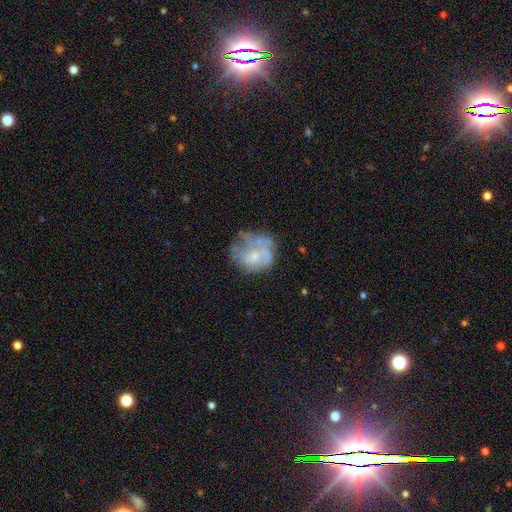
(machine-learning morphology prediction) A featured or disk galaxy (55%) with no bar (85%), no spiral arms (74%) and a small central bulge (44%).

Vote fractions:
- Smooth or featured? featured or disk: 55% / smooth: 35% / star or artifact: 10%
- Edge-on disk? no: 98% / yes: 2%
- Bar? no: 85% / weak: 13% / strong: 2%
- Spiral arms? no: 74% / yes: 26%
- Bulge size? small: 44% / moderate: 30% / none: 22% / large: 2% / dominant: 1%
- Merging? none: 45% / minor disturbance: 25% / major disturbance: 23% / merger: 7%